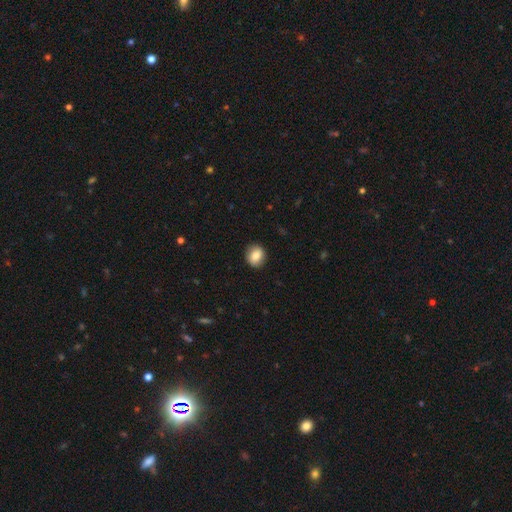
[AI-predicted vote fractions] Smooth or featured: smooth — 82% (featured or disk — 10%)
How rounded: round — 70% (in between — 29%)
Merging: none — 89% (minor disturbance — 8%)